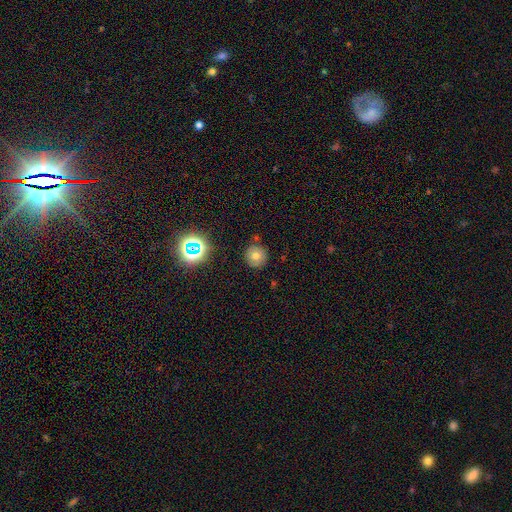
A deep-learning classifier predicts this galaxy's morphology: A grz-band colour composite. It shows a smooth galaxy with no disk features (66%) that is round (93%). Merging: none (84%).